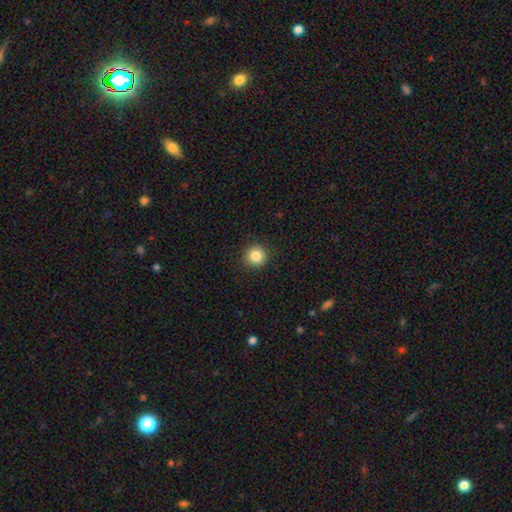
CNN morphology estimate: smooth-or-featured: smooth: 85% | star or artifact: 10% | featured or disk: 5%
  how-rounded: round: 95% | in between: 4% | cigar-shaped: 1%
  merging: none: 91% | minor disturbance: 6% | major disturbance: 2% | merger: 1%